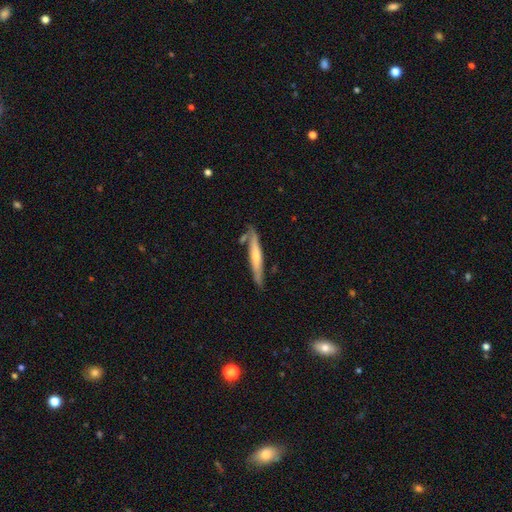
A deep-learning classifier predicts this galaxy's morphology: This is possibly a smooth galaxy (51%). How rounded: clearly cigar-shaped (93%). Merging: likely none (74%).